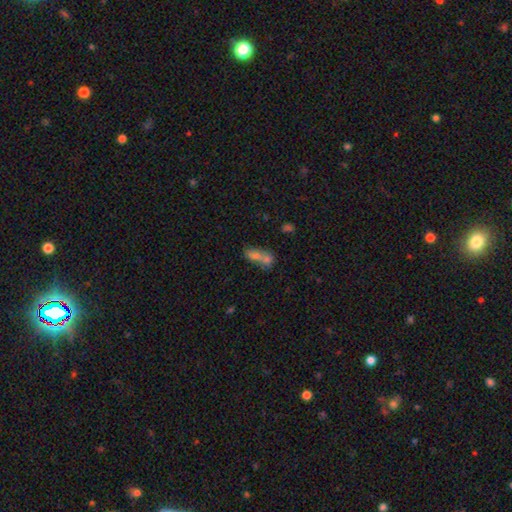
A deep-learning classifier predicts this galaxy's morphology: smooth-or-featured: smooth: 65% | featured or disk: 20% | star or artifact: 15%
  how-rounded: in between: 63% | round: 23% | cigar-shaped: 13%
  merging: merger: 65% | none: 23% | minor disturbance: 7% | major disturbance: 5%